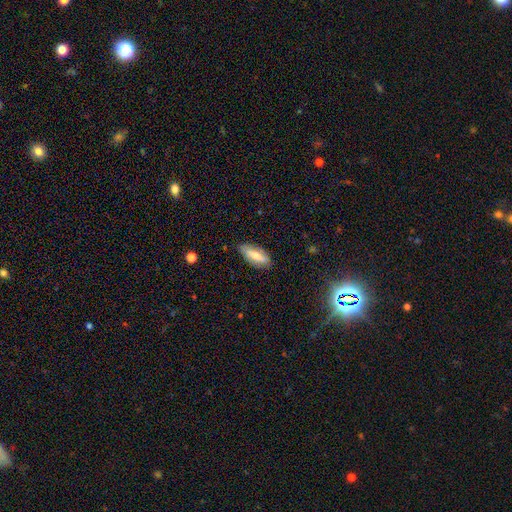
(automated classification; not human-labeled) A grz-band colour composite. It shows a smooth galaxy with no disk features (56%) that is in between round and cigar-shaped (67%). Merging: none (83%).